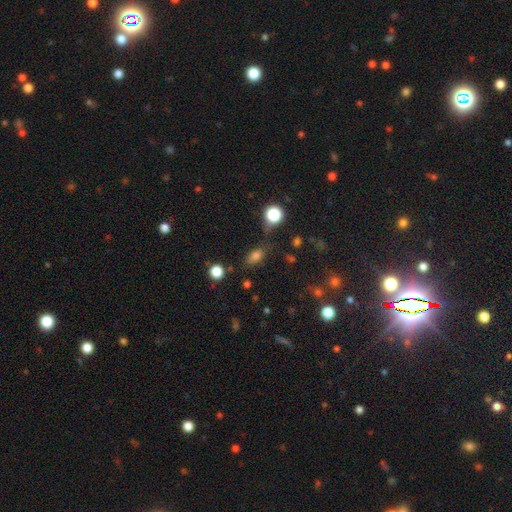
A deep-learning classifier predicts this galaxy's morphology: A smooth galaxy with no disk features (74%) that is in between round and cigar-shaped (77%). Merging: none (67%).